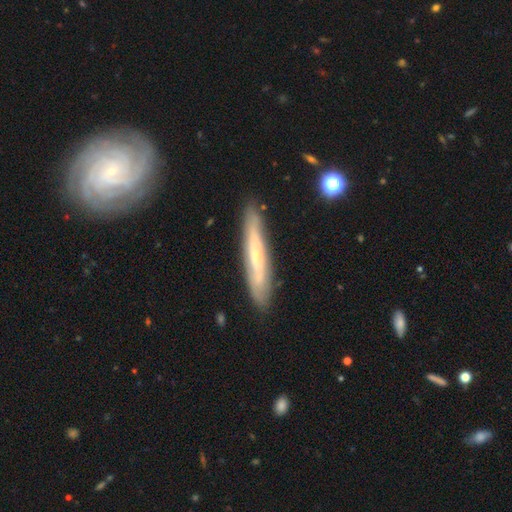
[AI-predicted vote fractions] Smooth or featured: featured or disk — 57% (smooth — 37%)
Edge-on disk: yes — 64% (no — 36%)
Merging: none — 84% (minor disturbance — 12%)